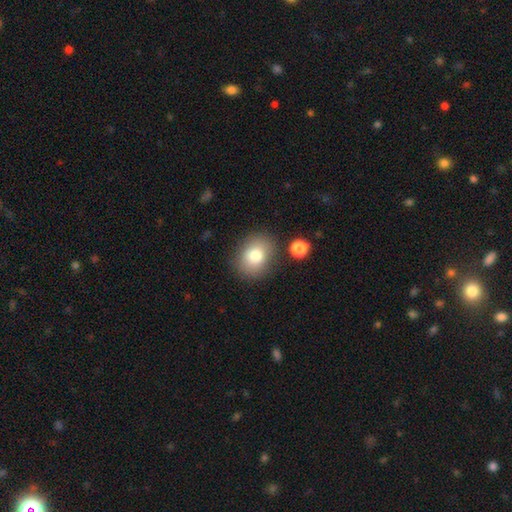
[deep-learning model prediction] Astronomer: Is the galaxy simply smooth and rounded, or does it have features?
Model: smooth — 79%.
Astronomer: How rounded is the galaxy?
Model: in between — 51% (runner-up: round, 48%).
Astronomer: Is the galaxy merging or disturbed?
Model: none — 81%.